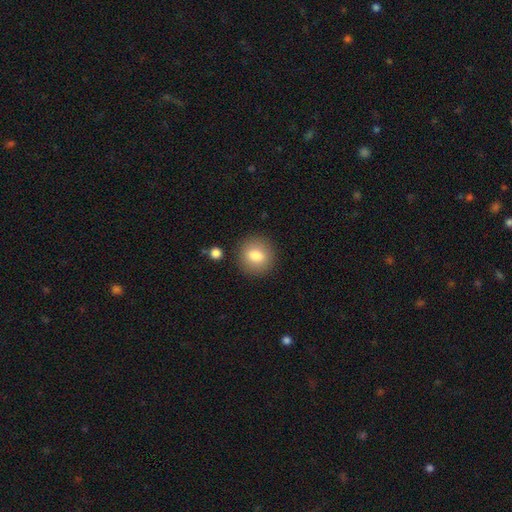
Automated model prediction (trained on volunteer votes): This is clearly a smooth galaxy (81%). How rounded: clearly round (88%). Merging: clearly none (88%).